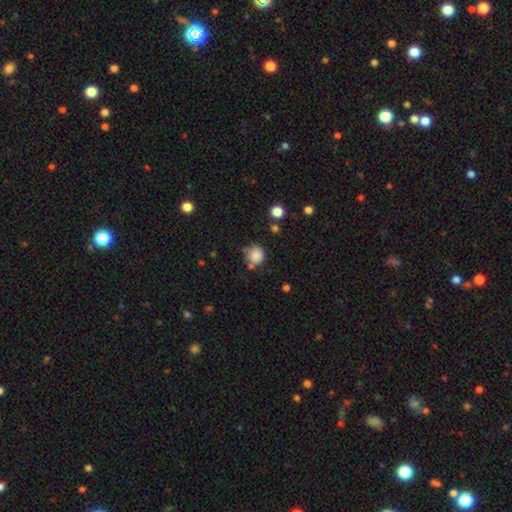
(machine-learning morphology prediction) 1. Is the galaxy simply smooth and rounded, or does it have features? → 83% smooth, 10% star or artifact, 7% featured or disk.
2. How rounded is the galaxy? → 85% round, 14% in between, 1% cigar-shaped.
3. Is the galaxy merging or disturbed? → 57% none, 25% minor disturbance, 11% merger, 8% major disturbance.